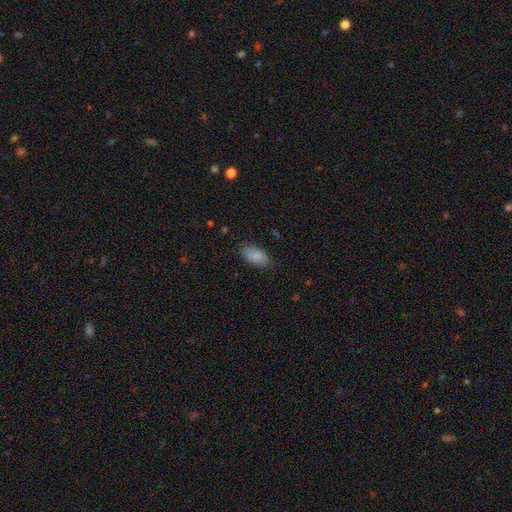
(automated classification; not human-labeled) A smooth galaxy with no disk features (87%) that is in between round and cigar-shaped (93%). Merging: none (77%).